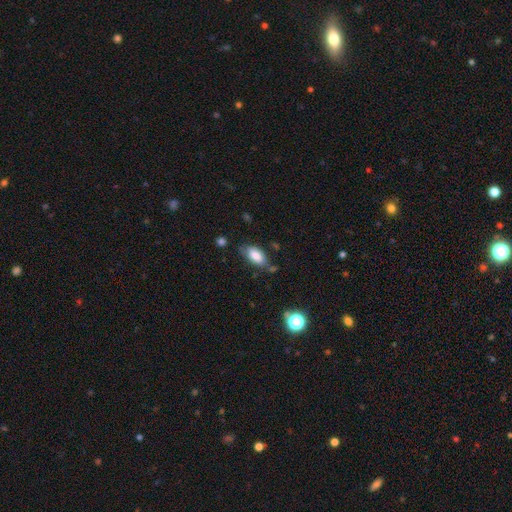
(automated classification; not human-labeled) Overall: smooth (80%). How rounded: in between (90%). Merging: none (59%; minor disturbance 28%).